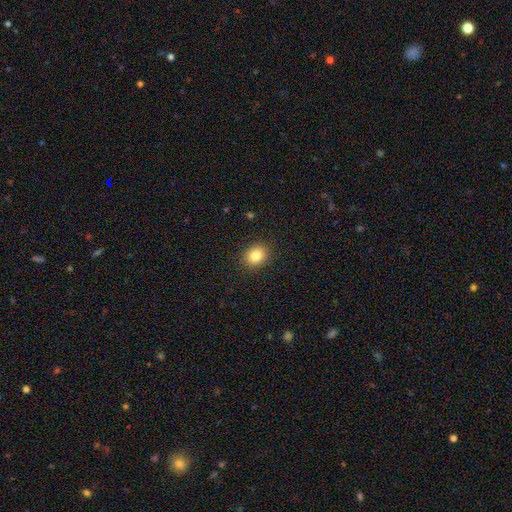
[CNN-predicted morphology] Smooth or featured? smooth (83%)
How rounded? round (61%)
Merging? none (90%)